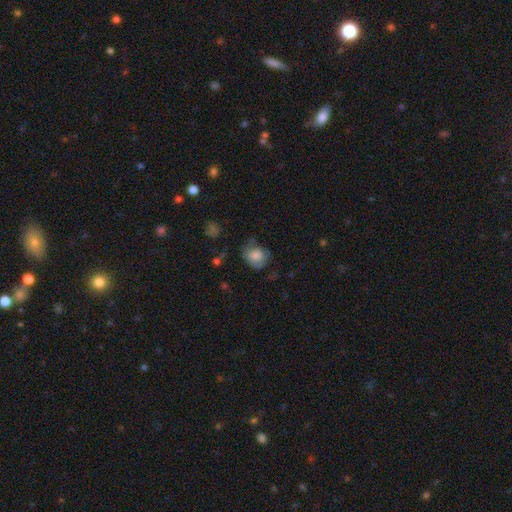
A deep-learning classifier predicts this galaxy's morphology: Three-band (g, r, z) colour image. It shows a smooth galaxy with no disk features (75%) that is round (59%). Merging: none (46%).